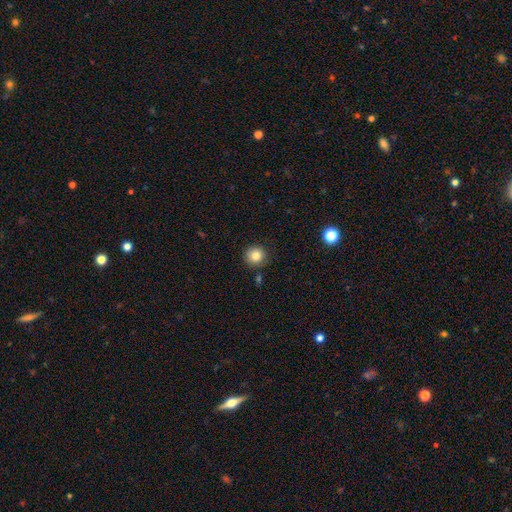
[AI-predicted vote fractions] Morphology: type=smooth (84%); roundness=round (94%); merging=none (86%).